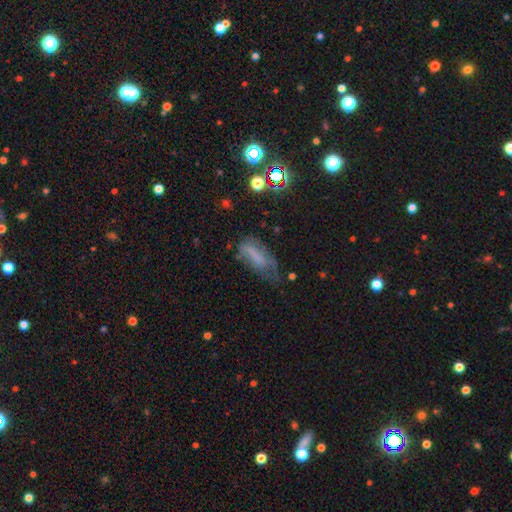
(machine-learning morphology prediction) type=smooth (50%); merging=none (36%).